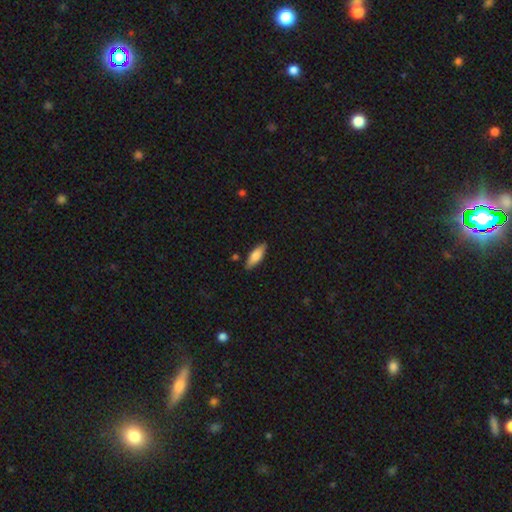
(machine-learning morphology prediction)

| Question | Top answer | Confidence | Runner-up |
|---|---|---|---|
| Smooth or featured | smooth | 80% | featured or disk (14%) |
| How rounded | in between | 64% | cigar-shaped (34%) |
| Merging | none | 85% | minor disturbance (12%) |